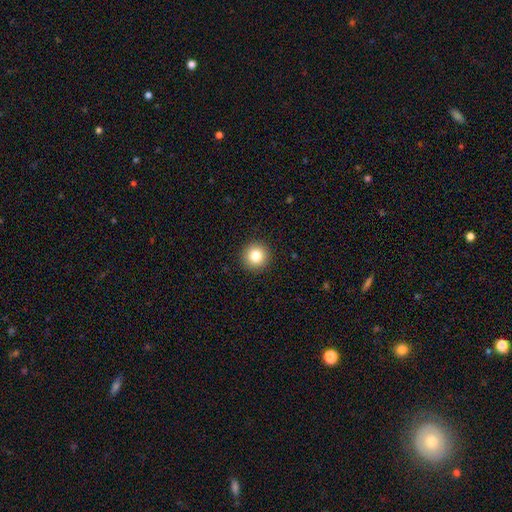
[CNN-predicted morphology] smooth-or-featured: smooth: 82% | star or artifact: 11% | featured or disk: 7%
  how-rounded: round: 96% | in between: 3% | cigar-shaped: 1%
  merging: none: 93% | minor disturbance: 4% | major disturbance: 2% | merger: 1%